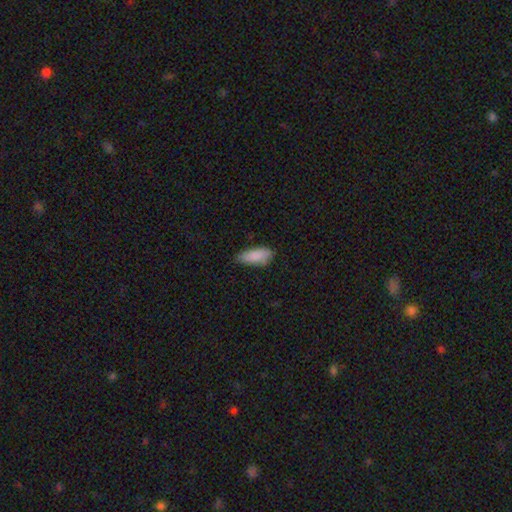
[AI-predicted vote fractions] The model was most divided on "merging": none: 69%, minor disturbance: 26%, major disturbance: 4%, merger: 1%. More confident: smooth or featured — smooth (88%); how rounded — in between (79%).